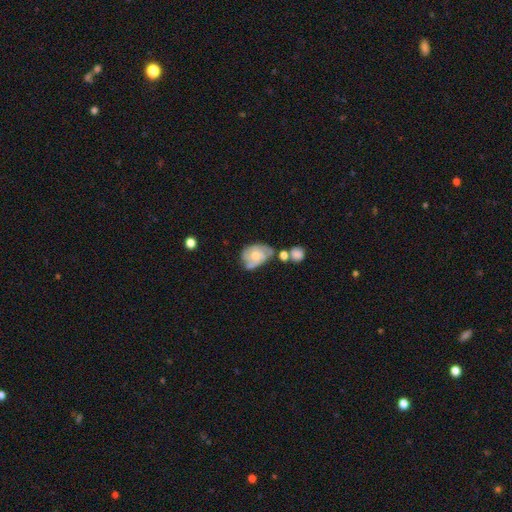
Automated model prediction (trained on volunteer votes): Overall: featured or disk (66%; smooth 27%). Edge-on disk: no (97%). Bar: no (77%). Spiral arms: yes (83%). Spiral arm count: can't tell (31%; 3 30%). Spiral winding: tight (48%; medium 38%). Bulge size: moderate (59%; small 31%). Merging: none (35%; minor disturbance 27%).